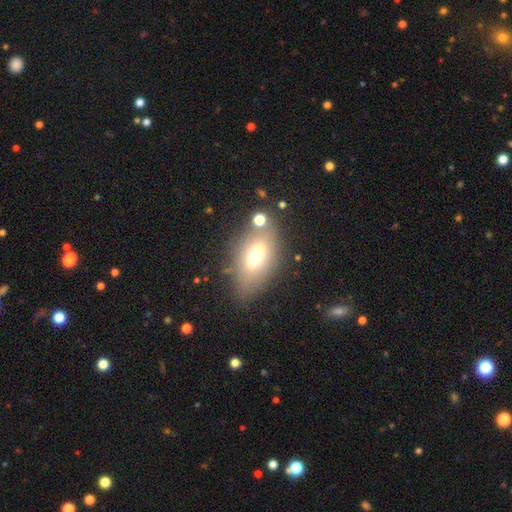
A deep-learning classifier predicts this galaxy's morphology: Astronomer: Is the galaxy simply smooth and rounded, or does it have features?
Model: smooth — 56% (runner-up: featured or disk, 32%).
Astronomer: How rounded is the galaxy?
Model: in between — 83%.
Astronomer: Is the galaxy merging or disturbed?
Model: none — 69%.